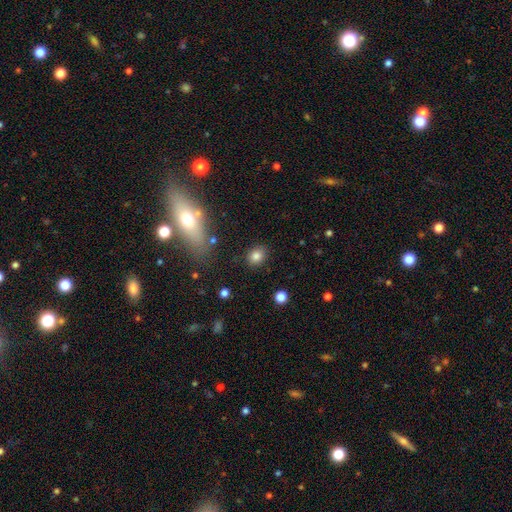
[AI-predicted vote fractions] Q: Smooth or featured?
A: smooth (83%); runner-up: star or artifact (11%)
Q: How rounded?
A: round (51%); runner-up: in between (48%)
Q: Merging?
A: none (85%); runner-up: minor disturbance (10%)